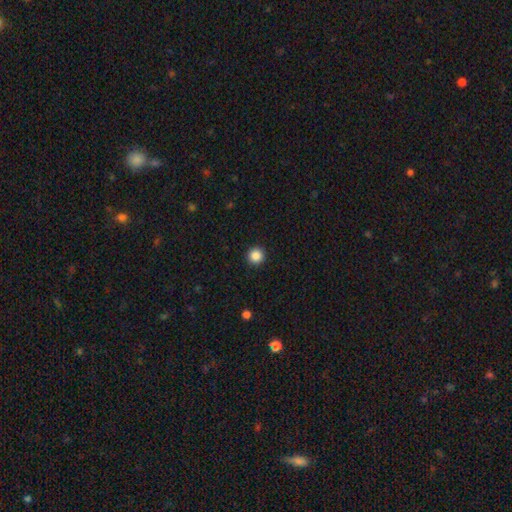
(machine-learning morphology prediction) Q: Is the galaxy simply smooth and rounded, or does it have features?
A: smooth — 87%.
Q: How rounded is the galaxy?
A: round — 96%.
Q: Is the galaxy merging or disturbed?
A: none — 93%.